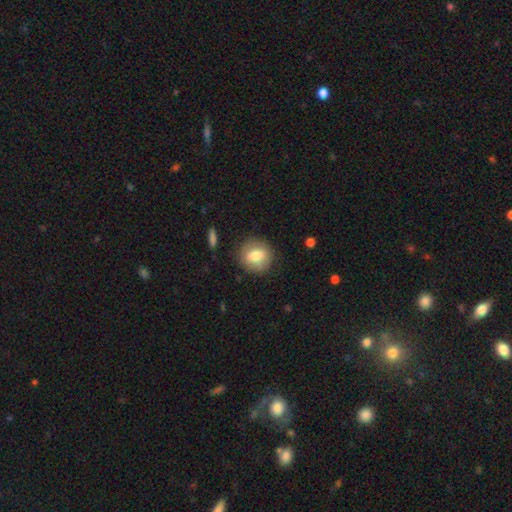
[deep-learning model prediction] This appears to be a smooth galaxy with no disk features (74%) that is round (74%). Merging: none (82%).